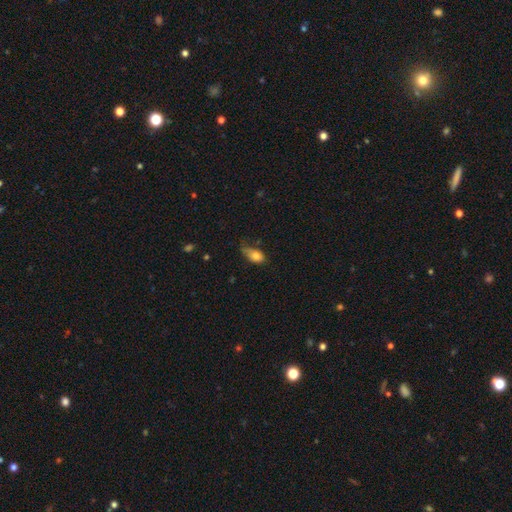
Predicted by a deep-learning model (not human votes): The model was most divided on "merging": minor disturbance: 42%, none: 33%, major disturbance: 20%, merger: 4%. More confident: how rounded — in between (84%); smooth or featured — smooth (78%).